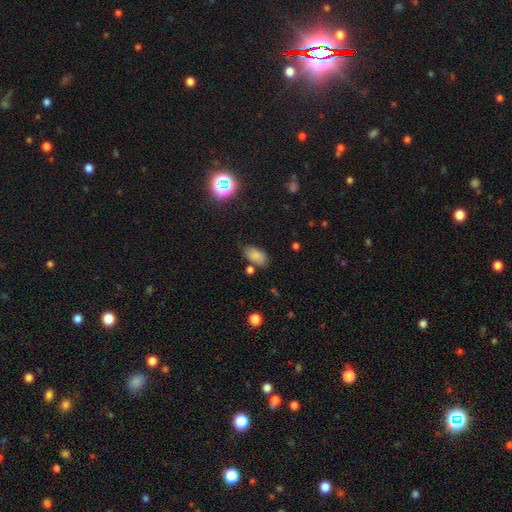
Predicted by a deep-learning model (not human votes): Smooth or featured?
  - smooth: 82% *
  - star or artifact: 12%
  - featured or disk: 7%
How rounded?
  - in between: 92% *
  - round: 5%
  - cigar-shaped: 3%
Merging?
  - none: 72% *
  - minor disturbance: 16%
  - merger: 7%
  - major disturbance: 4%